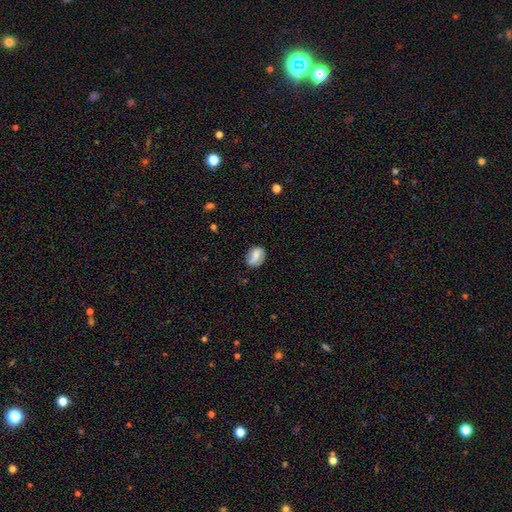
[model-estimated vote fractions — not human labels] Smooth or featured: smooth — 60% (featured or disk — 32%)
How rounded: in between — 57% (round — 41%)
Merging: none — 73% (minor disturbance — 20%)